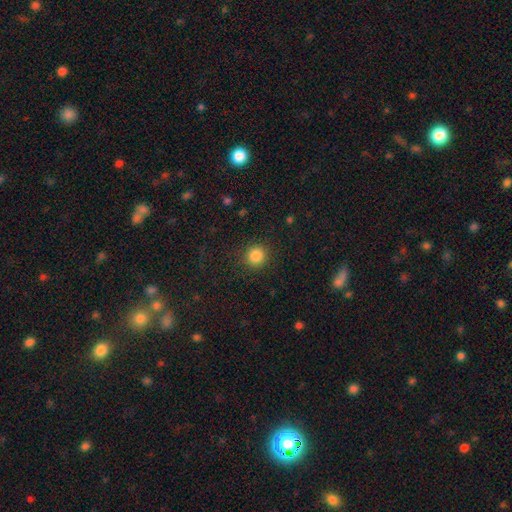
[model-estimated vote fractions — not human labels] Morphology: type=smooth (85%); roundness=round (92%); merging=none (90%).